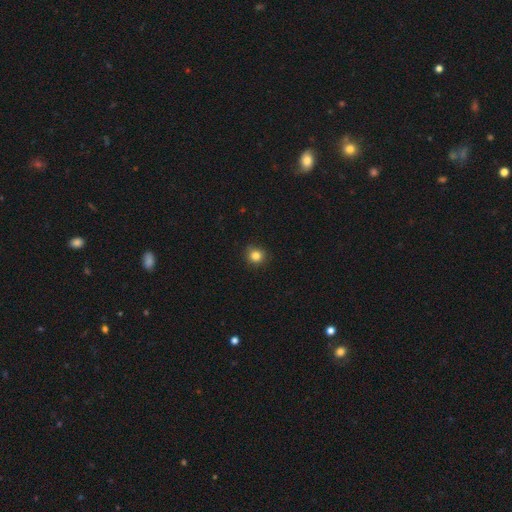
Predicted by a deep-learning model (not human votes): Smooth or featured?
  - smooth: 83% *
  - star or artifact: 12%
  - featured or disk: 5%
How rounded?
  - round: 92% *
  - in between: 7%
  - cigar-shaped: 1%
Merging?
  - none: 87% *
  - minor disturbance: 10%
  - major disturbance: 2%
  - merger: 1%